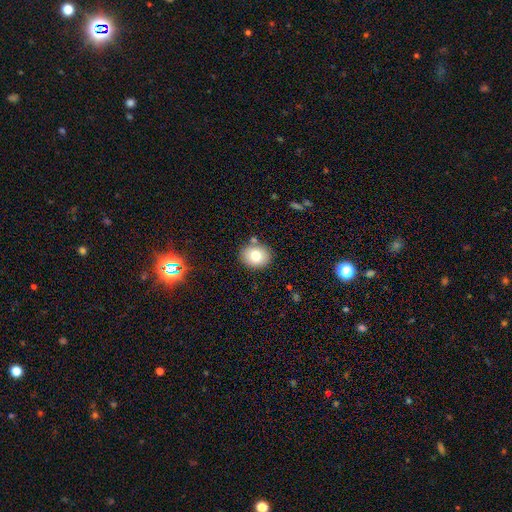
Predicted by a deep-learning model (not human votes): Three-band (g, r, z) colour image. It shows a smooth galaxy with no disk features (77%) that is round (59%). Merging: none (82%).